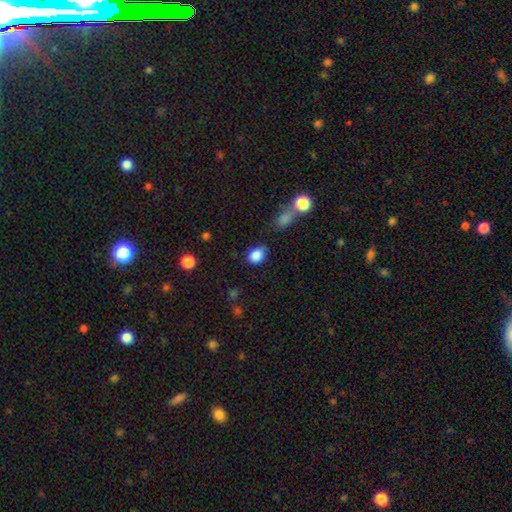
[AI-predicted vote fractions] This appears to be a smooth galaxy with no disk features (86%) that is in between round and cigar-shaped (52%). Merging: none (69%).